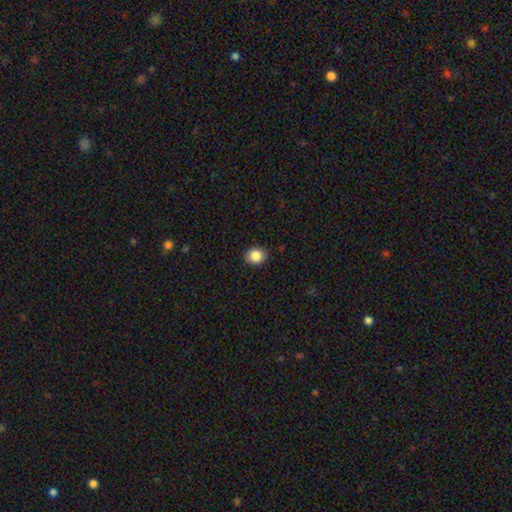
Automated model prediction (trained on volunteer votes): smooth 87%, star or artifact 9%, featured or disk 5%. Down the decision tree: how rounded — round (62%); merging — none (89%).